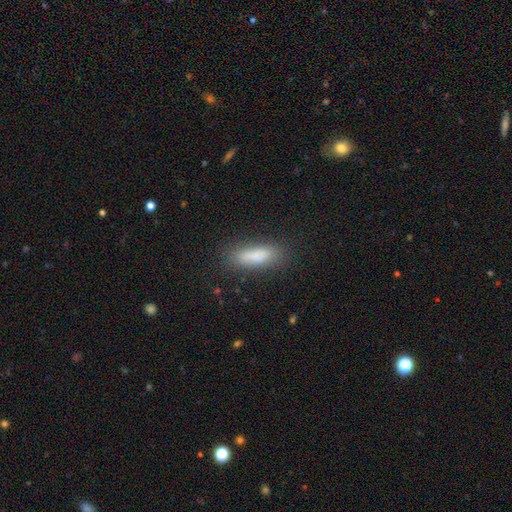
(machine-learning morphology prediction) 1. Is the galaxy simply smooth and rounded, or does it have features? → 82% smooth, 10% featured or disk, 8% star or artifact.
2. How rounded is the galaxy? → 53% cigar-shaped, 45% in between, 2% round.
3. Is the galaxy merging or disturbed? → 79% none, 14% minor disturbance, 5% major disturbance, 2% merger.